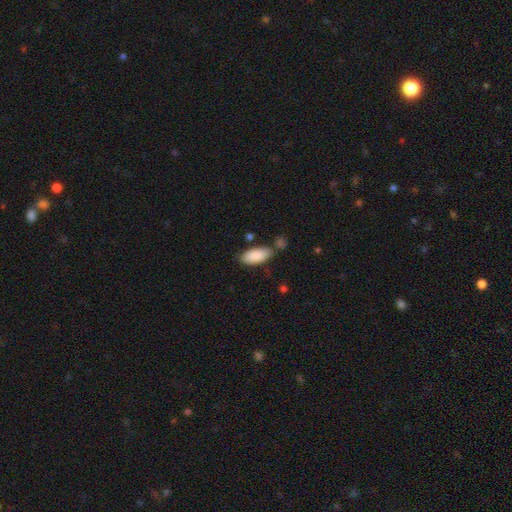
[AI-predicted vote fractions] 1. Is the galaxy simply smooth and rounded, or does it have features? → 88% smooth, 6% featured or disk, 6% star or artifact.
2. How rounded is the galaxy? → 89% in between, 9% cigar-shaped, 2% round.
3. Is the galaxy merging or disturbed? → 72% none, 15% minor disturbance, 9% merger, 4% major disturbance.